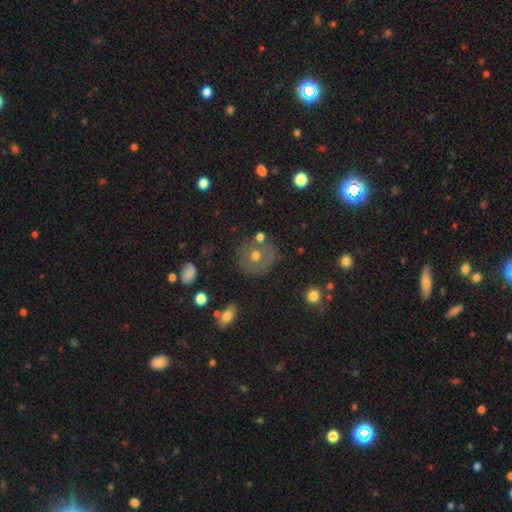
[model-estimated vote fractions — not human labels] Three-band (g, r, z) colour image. It shows a smooth galaxy with no disk features (48%). Merging: none (73%).